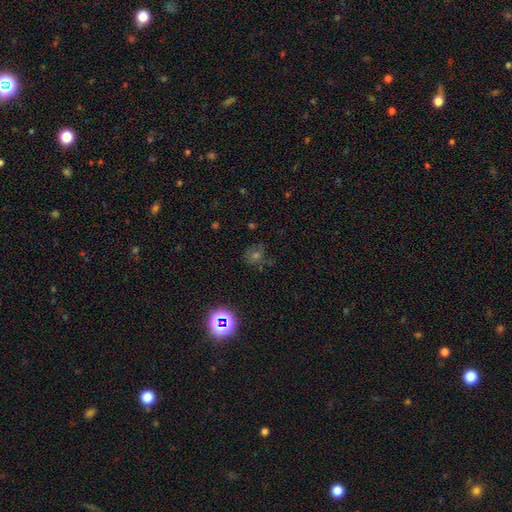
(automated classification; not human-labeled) Smooth or featured? star or artifact (45%)